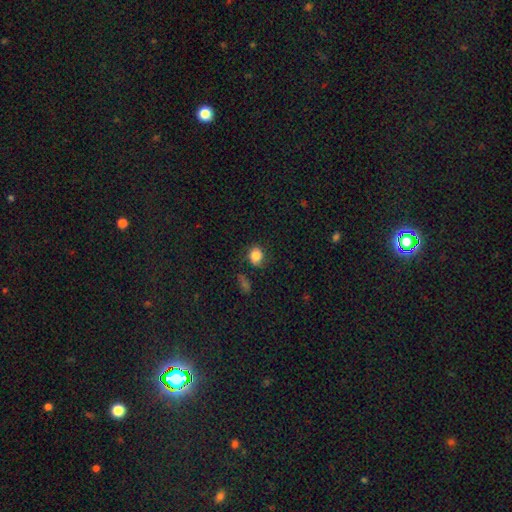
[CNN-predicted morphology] Smooth or featured: smooth — 83% (star or artifact — 10%)
How rounded: round — 58% (in between — 41%)
Merging: none — 73% (minor disturbance — 19%)